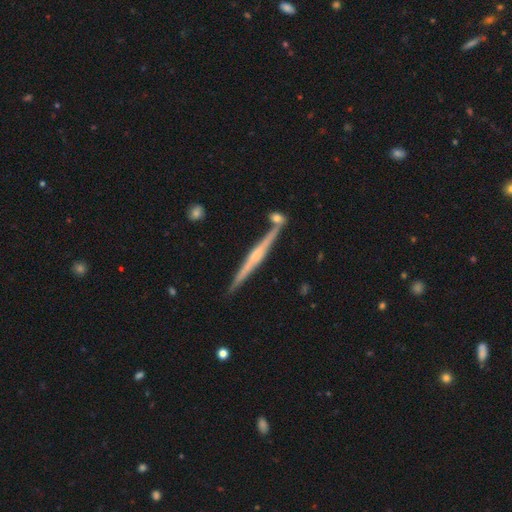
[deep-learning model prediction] Smooth or featured? Predicted: featured or disk (p=0.78). Edge-on disk? Predicted: yes (p=0.98). Edge-on bulge? Predicted: rounded (p=0.59). Merging? Predicted: none (p=0.82).